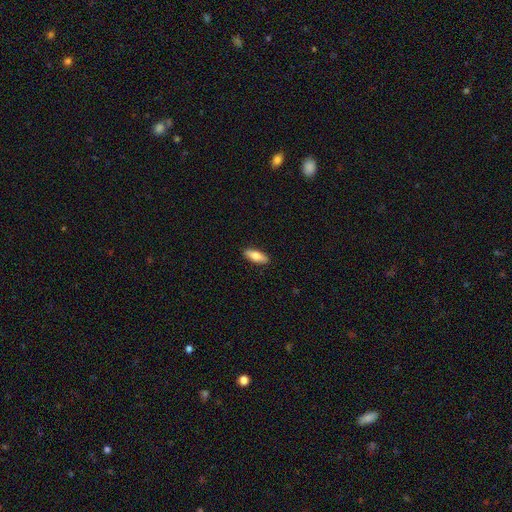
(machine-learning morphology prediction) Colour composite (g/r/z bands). It shows a smooth galaxy with no disk features (76%) that is in between round and cigar-shaped (67%). Merging: none (90%).